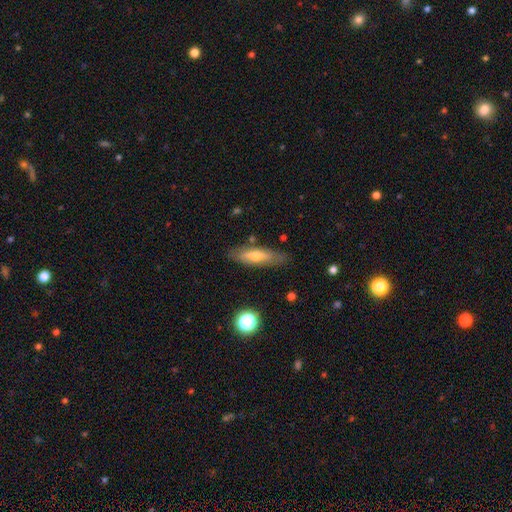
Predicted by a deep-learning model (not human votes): featured or disk 46% (tied), smooth 46% (tied), star or artifact 8%. Down the decision tree: merging — none (81%).